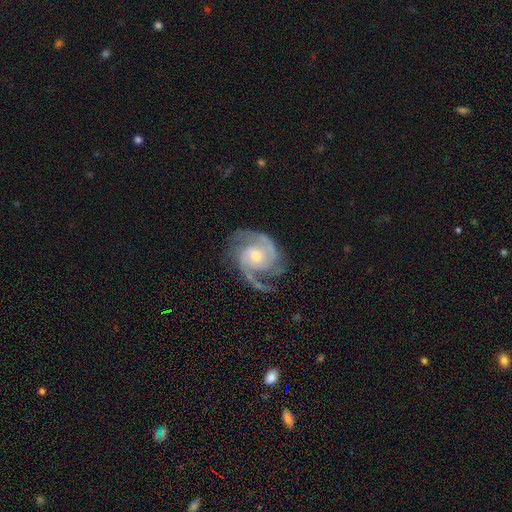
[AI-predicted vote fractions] Q: Smooth or featured?
A: featured or disk (92%); runner-up: star or artifact (4%)
Q: Edge-on disk?
A: no (98%); runner-up: yes (2%)
Q: Bar?
A: no (52%); runner-up: weak (40%)
Q: Spiral arms?
A: yes (98%); runner-up: no (2%)
Q: Spiral winding?
A: medium (56%); runner-up: tight (31%)
Q: Spiral arm count?
A: 2 (77%); runner-up: 3 (11%)
Q: Bulge size?
A: moderate (60%); runner-up: small (34%)
Q: Merging?
A: none (69%); runner-up: minor disturbance (19%)